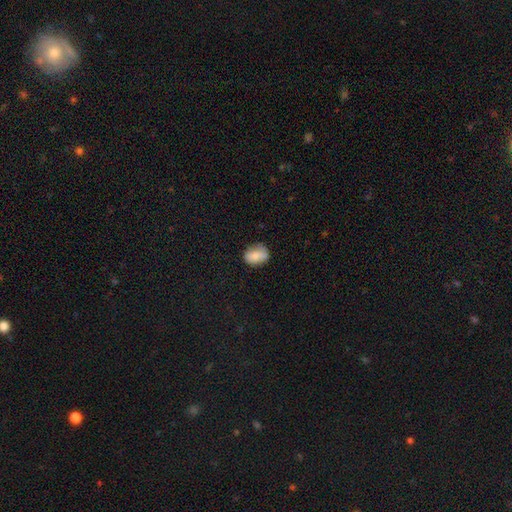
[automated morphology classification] Overall: smooth (78%). How rounded: in between (65%; round 34%). Merging: none (65%; minor disturbance 26%).